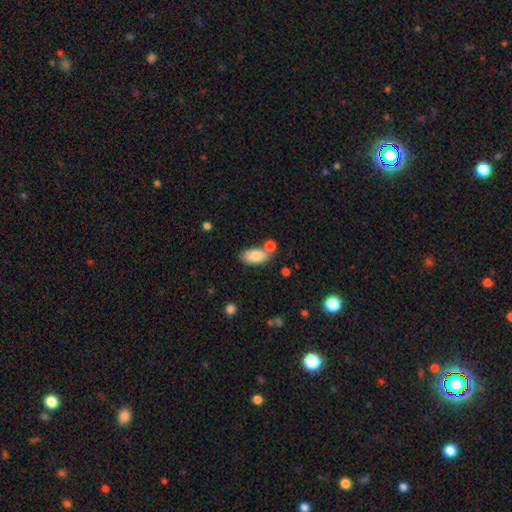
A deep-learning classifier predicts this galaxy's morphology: A smooth galaxy with no disk features (81%) that is in between round and cigar-shaped (93%). Merging: none (64%).